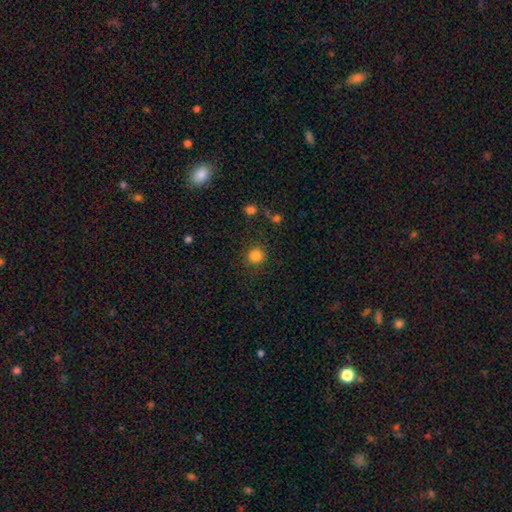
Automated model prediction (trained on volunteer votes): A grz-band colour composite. It shows a smooth galaxy with no disk features (84%) that is round (93%). Merging: none (87%).